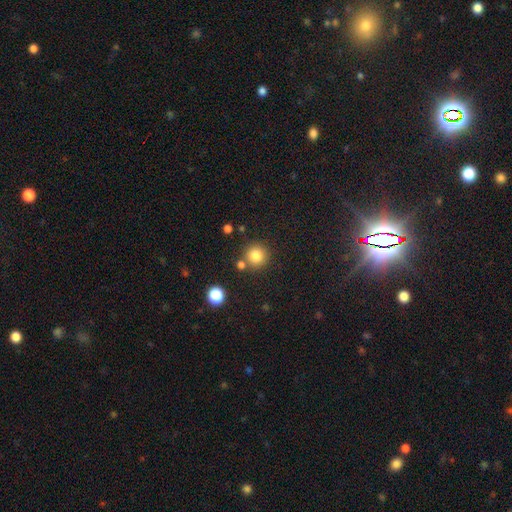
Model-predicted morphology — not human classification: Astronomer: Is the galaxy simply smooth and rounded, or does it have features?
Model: smooth — 82%.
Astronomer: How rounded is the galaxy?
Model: round — 94%.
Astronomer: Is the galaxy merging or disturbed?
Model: none — 78%.